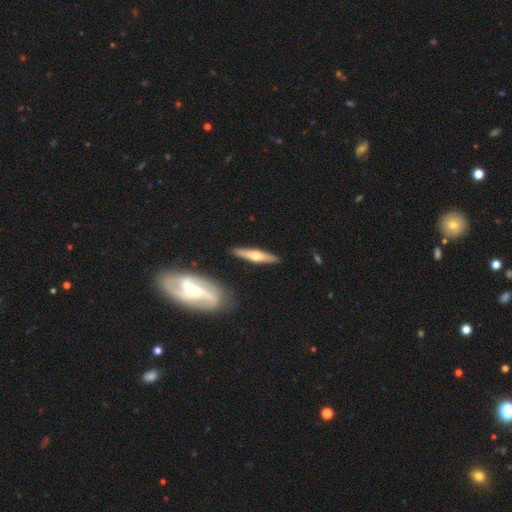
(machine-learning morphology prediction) featured or disk 58%, smooth 37%, star or artifact 5%. Down the decision tree: edge-on disk — yes (93%); edge-on bulge — rounded (91%); merging — none (87%).